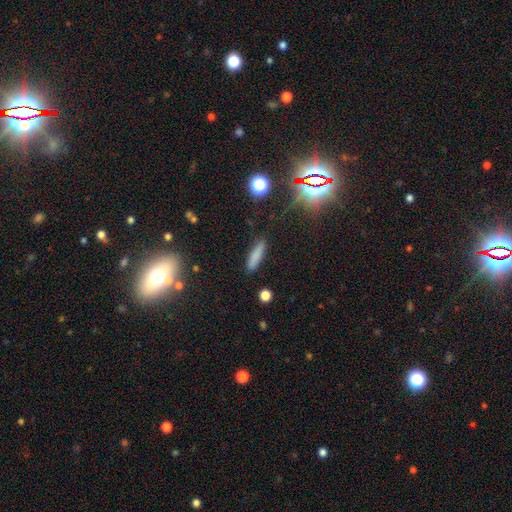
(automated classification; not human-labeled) A smooth galaxy with no disk features (81%) that is cigar-shaped (77%). Merging: none (88%).